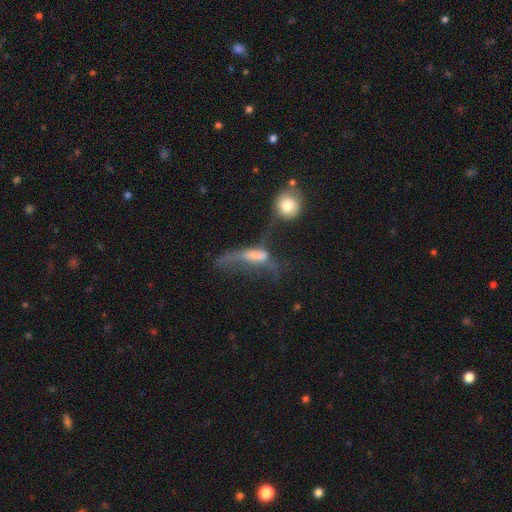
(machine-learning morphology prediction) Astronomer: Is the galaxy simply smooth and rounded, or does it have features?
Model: featured or disk — 48% (runner-up: smooth, 38%).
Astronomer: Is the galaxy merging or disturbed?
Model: major disturbance — 46% (runner-up: merger, 28%).